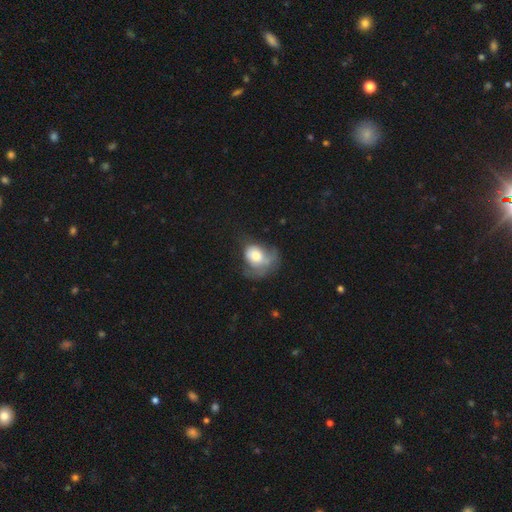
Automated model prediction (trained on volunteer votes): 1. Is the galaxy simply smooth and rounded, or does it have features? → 64% smooth, 27% featured or disk, 9% star or artifact.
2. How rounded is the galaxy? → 57% in between, 42% round, 1% cigar-shaped.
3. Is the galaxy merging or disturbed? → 45% major disturbance, 27% minor disturbance, 22% none, 5% merger.